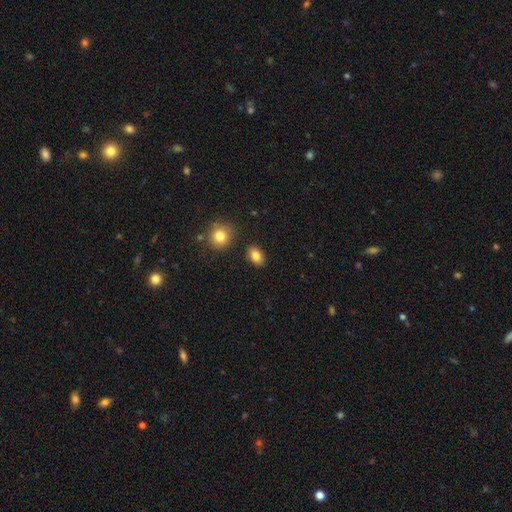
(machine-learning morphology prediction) A smooth galaxy with no disk features (84%) that is in between round and cigar-shaped (82%). Merging: none (86%).